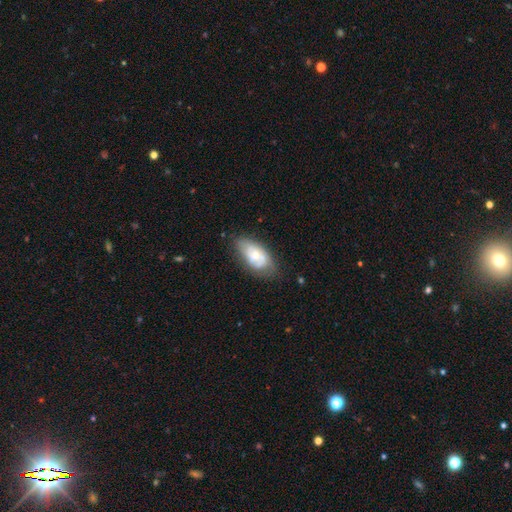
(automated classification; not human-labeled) Overall: featured or disk (50%; smooth 43%). Merging: none (58%; minor disturbance 27%).